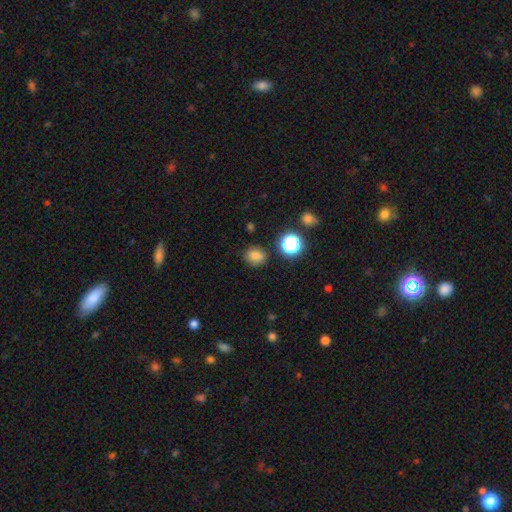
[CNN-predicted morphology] A smooth galaxy with no disk features (79%) that is round (62%).

Vote fractions:
- Smooth or featured? smooth: 79% / star or artifact: 16% / featured or disk: 5%
- How rounded? round: 62% / in between: 37% / cigar-shaped: 1%
- Merging? none: 83% / minor disturbance: 11% / major disturbance: 3% / merger: 3%